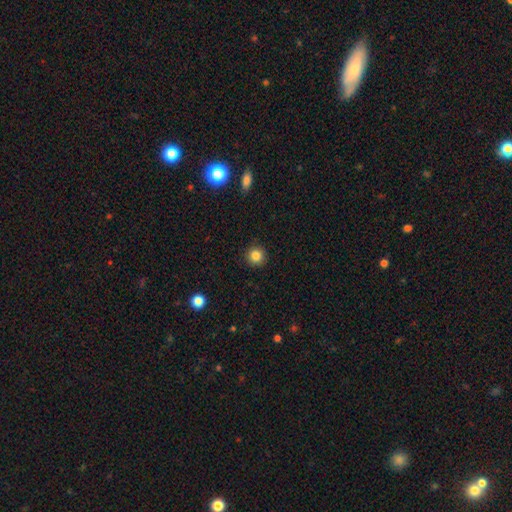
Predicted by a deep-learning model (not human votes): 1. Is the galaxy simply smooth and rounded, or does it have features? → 84% smooth, 11% star or artifact, 5% featured or disk.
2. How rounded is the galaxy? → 95% round, 4% in between, 1% cigar-shaped.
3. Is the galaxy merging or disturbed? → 92% none, 5% minor disturbance, 2% major disturbance, 1% merger.